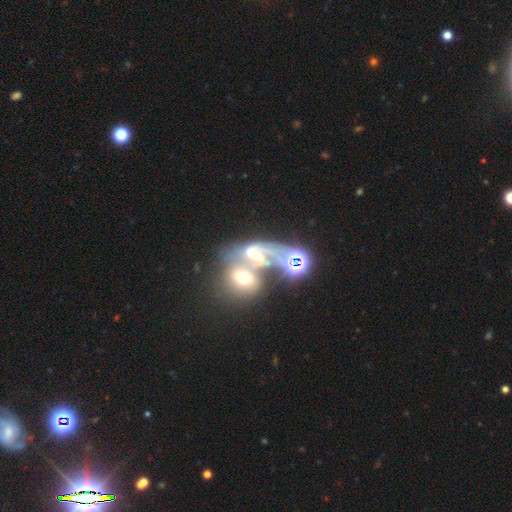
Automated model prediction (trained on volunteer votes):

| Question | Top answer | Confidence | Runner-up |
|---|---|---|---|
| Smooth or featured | featured or disk | 52% | smooth (29%) |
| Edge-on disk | no | 94% | yes (6%) |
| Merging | merger | 66% | none (15%) |